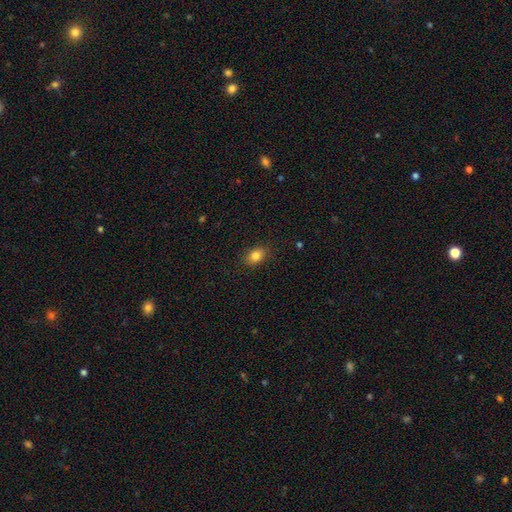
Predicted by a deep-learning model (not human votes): Morphology: type=smooth (83%); roundness=in between (77%); merging=none (87%).